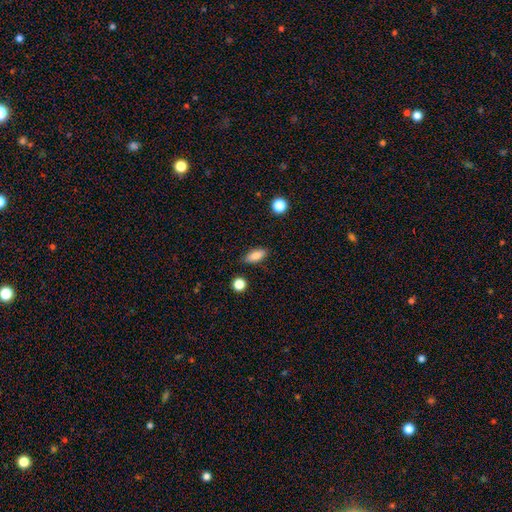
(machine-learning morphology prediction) This appears to be a smooth galaxy with no disk features (83%) that is in between round and cigar-shaped (77%). Merging: none (85%).